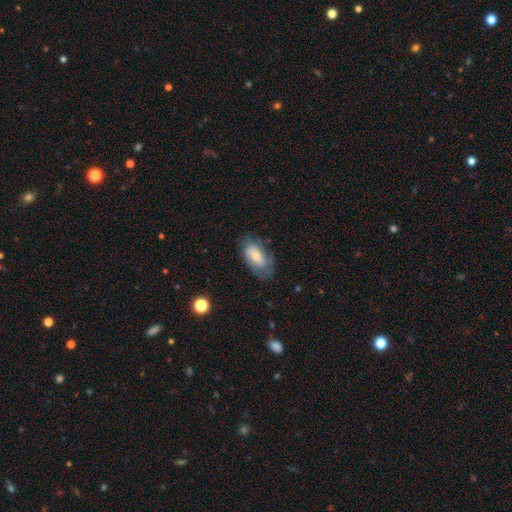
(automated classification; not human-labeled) Q: Smooth or featured?
A: smooth (60%); runner-up: featured or disk (32%)
Q: How rounded?
A: in between (91%); runner-up: cigar-shaped (5%)
Q: Merging?
A: none (65%); runner-up: minor disturbance (24%)